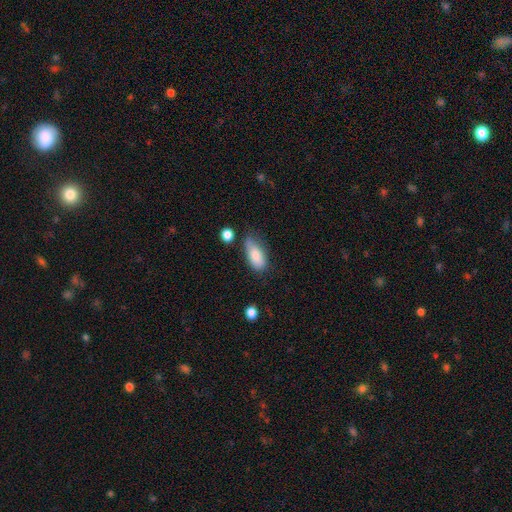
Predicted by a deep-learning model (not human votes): smooth-or-featured: smooth: 82% | featured or disk: 10% | star or artifact: 7%
  how-rounded: in between: 87% | cigar-shaped: 10% | round: 3%
  merging: none: 51% | minor disturbance: 34% | major disturbance: 9% | merger: 6%